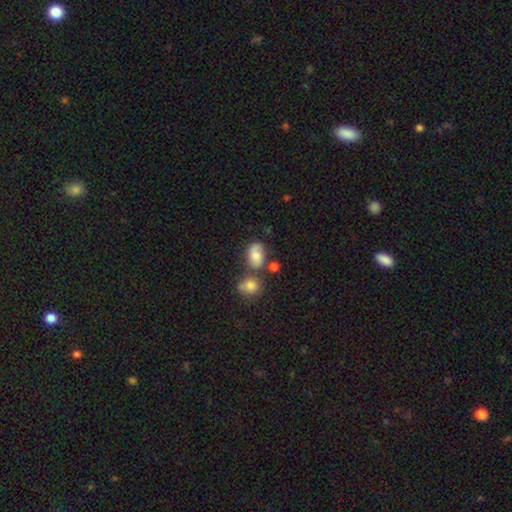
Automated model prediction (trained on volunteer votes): The model was most divided on "merging": none: 51%, minor disturbance: 22%, merger: 20%, major disturbance: 8%. More confident: how rounded — in between (80%); smooth or featured — smooth (70%).